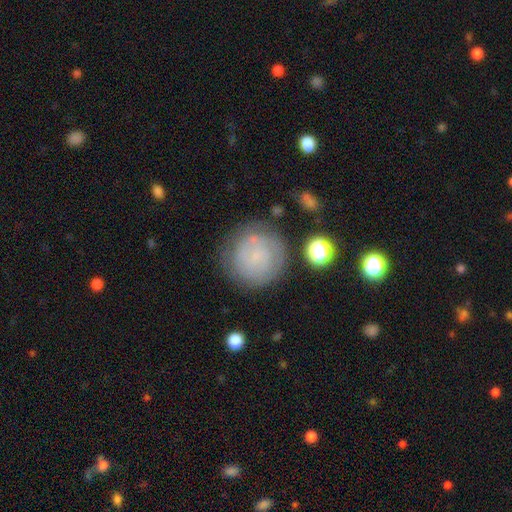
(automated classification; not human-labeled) Smooth or featured? Predicted: smooth (p=0.47). Merging? Predicted: none (p=0.76).